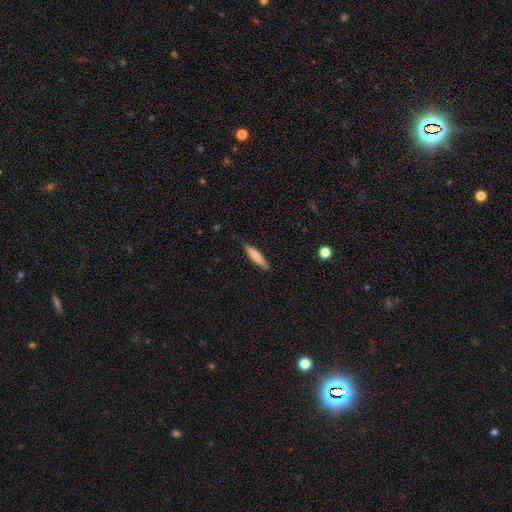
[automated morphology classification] smooth_or_featured: smooth (p=0.74) [alt: featured or disk p=0.20]
how_rounded: cigar-shaped (p=0.88) [alt: in between p=0.11]
merging: none (p=0.85) [alt: minor disturbance p=0.11]